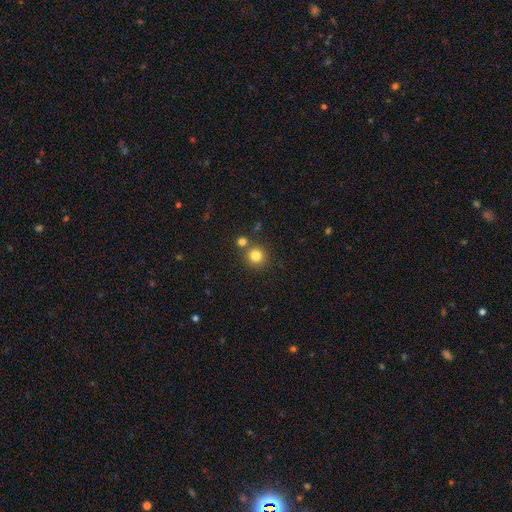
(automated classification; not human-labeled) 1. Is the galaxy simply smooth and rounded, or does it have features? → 81% smooth, 12% star or artifact, 6% featured or disk.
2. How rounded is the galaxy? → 92% round, 7% in between, 1% cigar-shaped.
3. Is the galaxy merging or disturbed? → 75% none, 15% merger, 7% minor disturbance, 3% major disturbance.